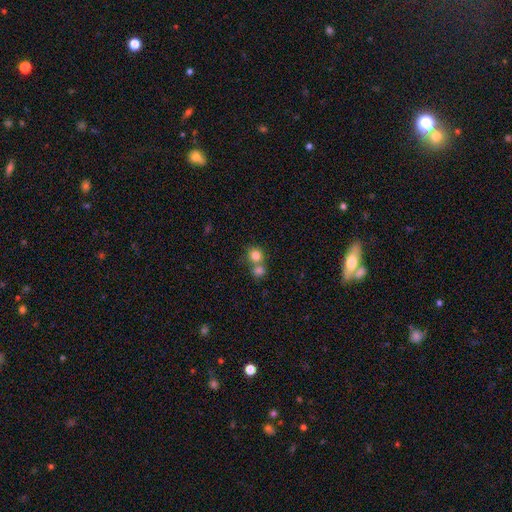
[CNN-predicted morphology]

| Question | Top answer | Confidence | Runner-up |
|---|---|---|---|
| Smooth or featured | smooth | 81% | star or artifact (11%) |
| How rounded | round | 86% | in between (13%) |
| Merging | none | 46% | merger (45%) |